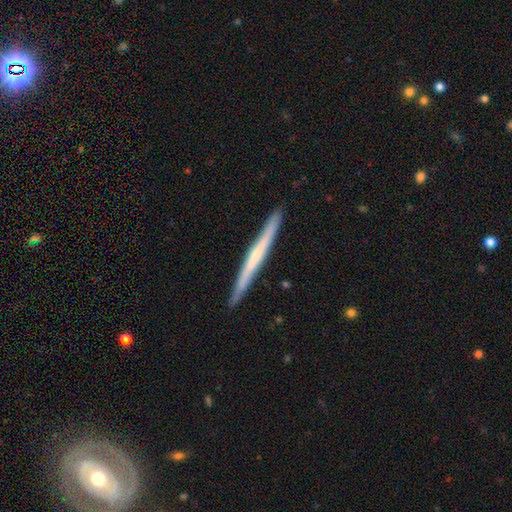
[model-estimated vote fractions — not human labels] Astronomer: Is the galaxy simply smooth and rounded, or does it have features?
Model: featured or disk — 58% (runner-up: smooth, 37%).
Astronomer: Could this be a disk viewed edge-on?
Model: yes — 97%.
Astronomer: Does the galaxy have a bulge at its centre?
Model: none — 65%.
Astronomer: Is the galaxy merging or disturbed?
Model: none — 90%.